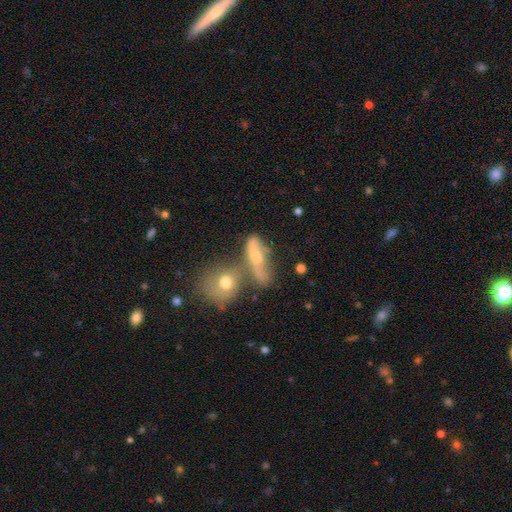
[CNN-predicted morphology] A smooth galaxy with no disk features (53%) that is in between round and cigar-shaped (57%). Merging: merger (43%).